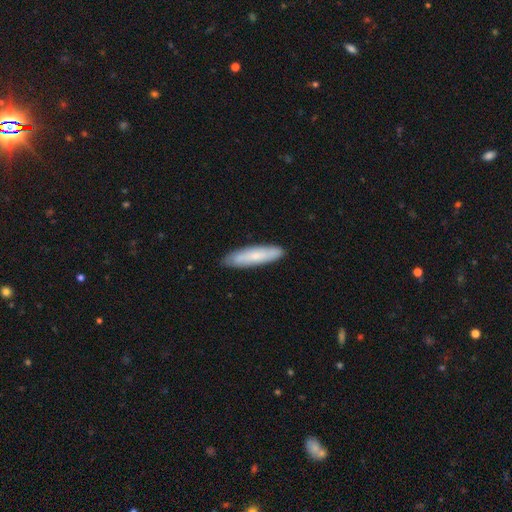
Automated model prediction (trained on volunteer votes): Smooth or featured: smooth — 67% (featured or disk — 27%)
How rounded: cigar-shaped — 76% (in between — 22%)
Merging: none — 87% (minor disturbance — 10%)